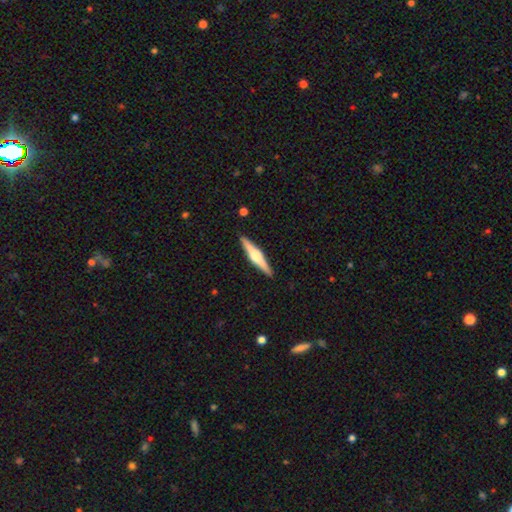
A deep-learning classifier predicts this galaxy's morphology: Smooth or featured? Predicted: featured or disk (p=0.69). Edge-on disk? Predicted: yes (p=0.98). Edge-on bulge? Predicted: rounded (p=0.85). Merging? Predicted: none (p=0.91).